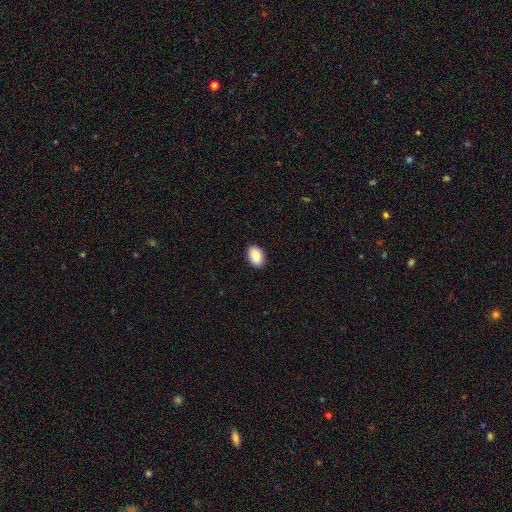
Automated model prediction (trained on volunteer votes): smooth_or_featured: smooth (p=0.90) [alt: star or artifact p=0.07]
how_rounded: in between (p=0.83) [alt: round p=0.16]
merging: none (p=0.90) [alt: minor disturbance p=0.07]